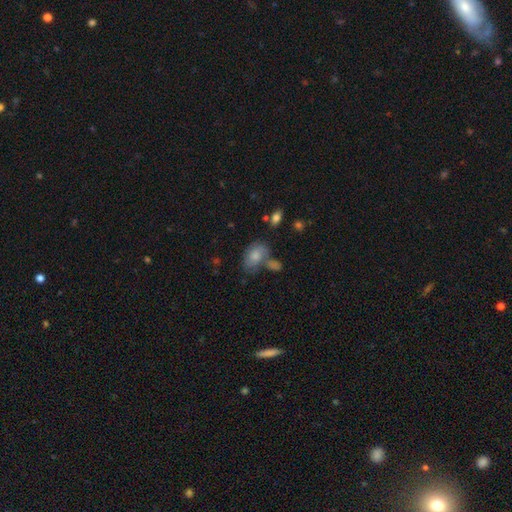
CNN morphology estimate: smooth-or-featured: smooth: 74% | featured or disk: 18% | star or artifact: 8%
  how-rounded: in between: 86% | round: 12% | cigar-shaped: 2%
  merging: none: 45% | merger: 24% | minor disturbance: 22% | major disturbance: 10%